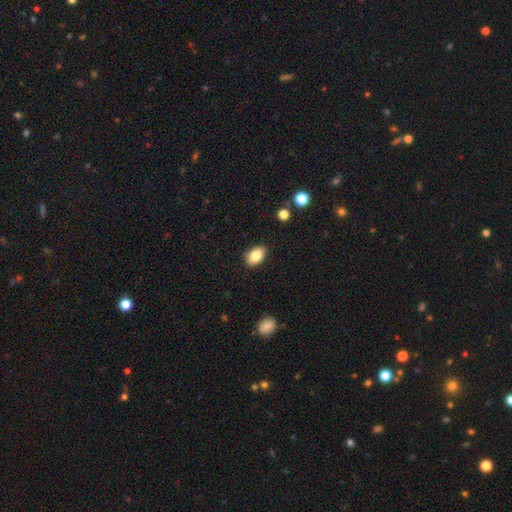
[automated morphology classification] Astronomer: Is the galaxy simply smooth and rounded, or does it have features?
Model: smooth — 83%.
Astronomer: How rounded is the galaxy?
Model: in between — 89%.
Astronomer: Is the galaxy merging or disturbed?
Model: none — 87%.